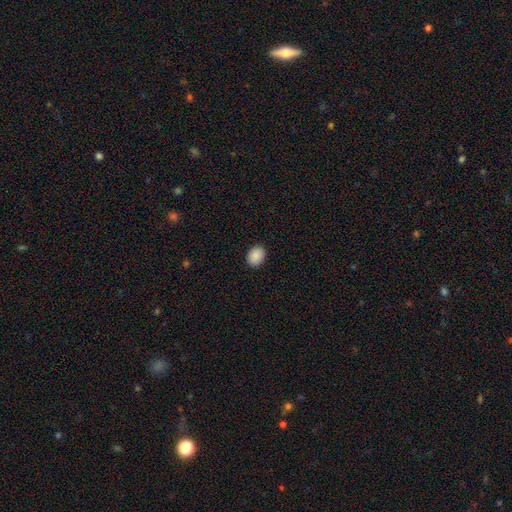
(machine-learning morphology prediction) Overall: smooth (90%). How rounded: in between (59%; round 40%). Merging: none (90%).